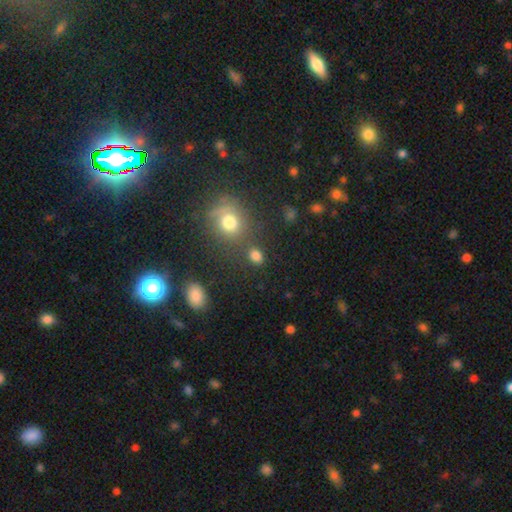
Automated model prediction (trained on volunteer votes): Smooth or featured? smooth (79%)
How rounded? in between (58%)
Merging? none (73%)